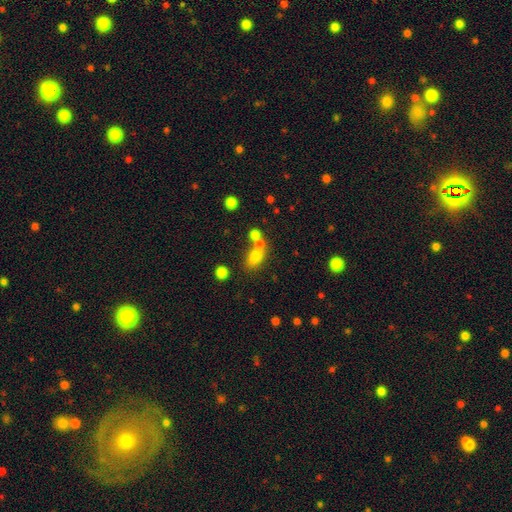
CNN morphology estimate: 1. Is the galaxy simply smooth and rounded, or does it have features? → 73% smooth, 14% star or artifact, 13% featured or disk.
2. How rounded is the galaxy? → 69% in between, 27% round, 4% cigar-shaped.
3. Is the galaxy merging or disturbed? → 45% none, 39% merger, 11% minor disturbance, 5% major disturbance.